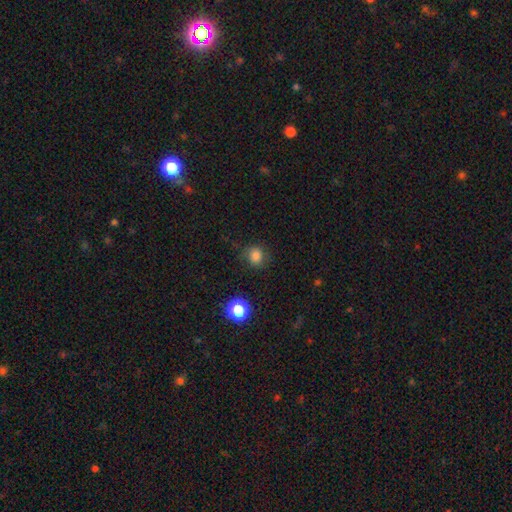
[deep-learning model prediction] smooth-or-featured: smooth: 81% | star or artifact: 14% | featured or disk: 4%
  how-rounded: round: 80% | in between: 19% | cigar-shaped: 1%
  merging: none: 80% | minor disturbance: 14% | major disturbance: 5% | merger: 2%